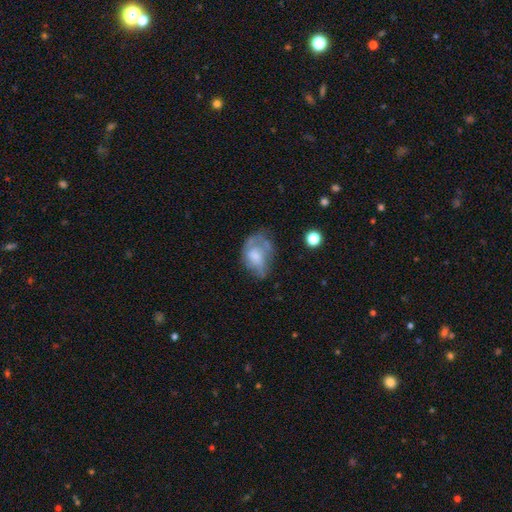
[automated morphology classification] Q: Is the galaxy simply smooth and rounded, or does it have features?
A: featured or disk — 47%.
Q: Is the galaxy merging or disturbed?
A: none — 35%.